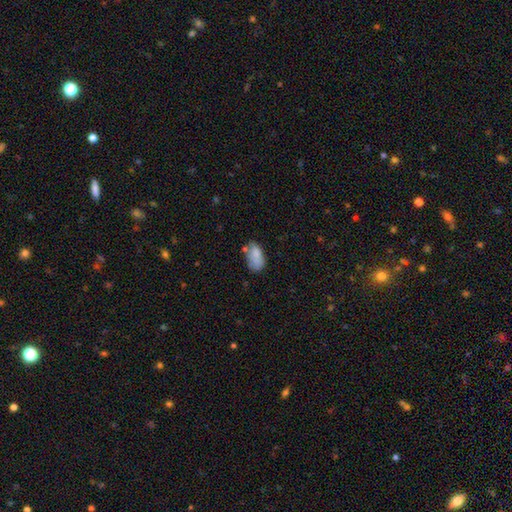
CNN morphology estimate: smooth 81%, featured or disk 11%, star or artifact 8%. Down the decision tree: how rounded — in between (93%); merging — none (53%).